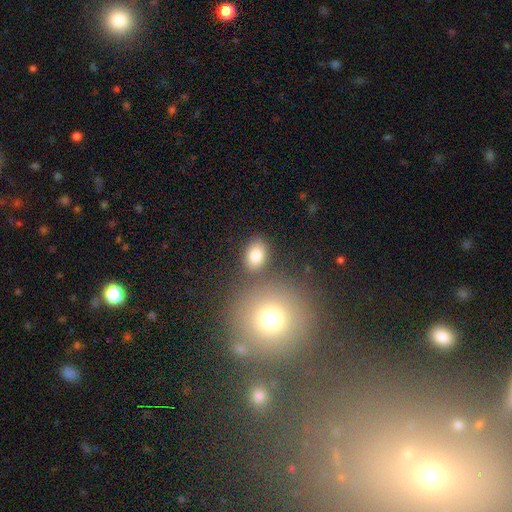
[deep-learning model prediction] Morphology: type=smooth (81%); roundness=in between (73%); merging=none (76%).